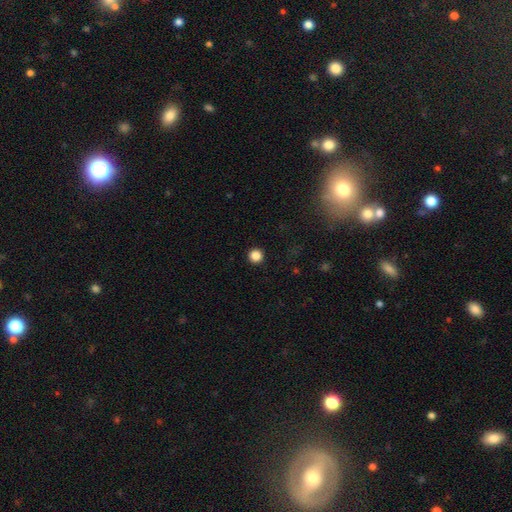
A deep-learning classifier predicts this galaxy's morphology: smooth-or-featured: smooth: 86% | star or artifact: 11% | featured or disk: 3%
  how-rounded: round: 96% | in between: 3% | cigar-shaped: 1%
  merging: none: 94% | minor disturbance: 4% | major disturbance: 2% | merger: 1%